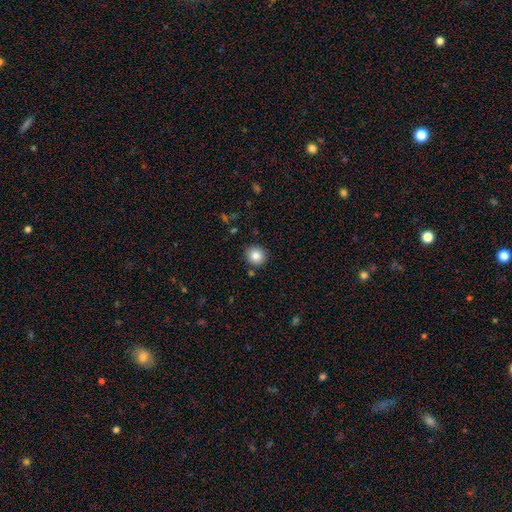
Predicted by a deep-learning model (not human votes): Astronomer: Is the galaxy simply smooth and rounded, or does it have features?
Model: smooth — 84%.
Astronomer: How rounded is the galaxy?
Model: round — 85%.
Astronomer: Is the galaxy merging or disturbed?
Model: none — 88%.